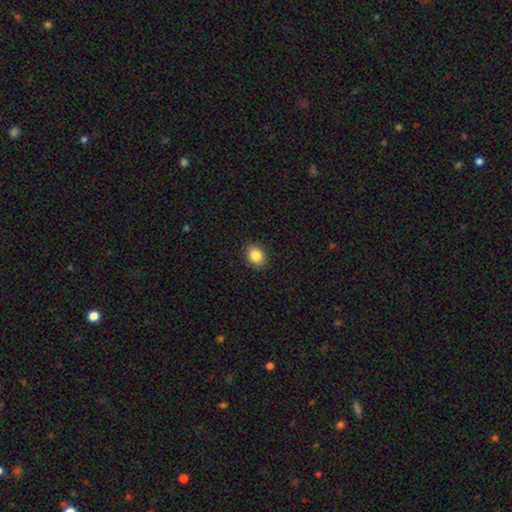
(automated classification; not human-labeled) Q: Smooth or featured?
A: smooth (86%); runner-up: star or artifact (8%)
Q: How rounded?
A: in between (62%); runner-up: round (37%)
Q: Merging?
A: none (88%); runner-up: minor disturbance (9%)